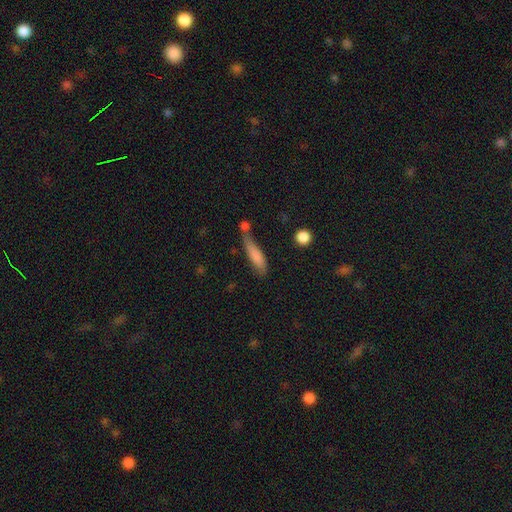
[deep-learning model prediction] Overall: smooth (78%). How rounded: cigar-shaped (69%). Merging: none (43%; minor disturbance 25%).